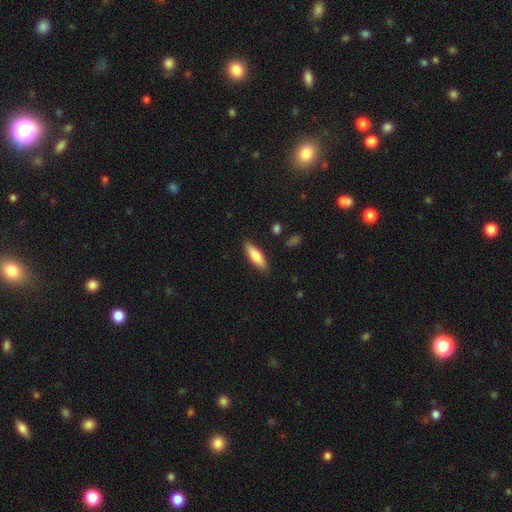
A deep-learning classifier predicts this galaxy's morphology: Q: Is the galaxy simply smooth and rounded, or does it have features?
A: smooth — 79%.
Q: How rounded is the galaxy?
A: in between — 49%, tied with cigar-shaped.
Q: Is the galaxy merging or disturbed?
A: none — 87%.